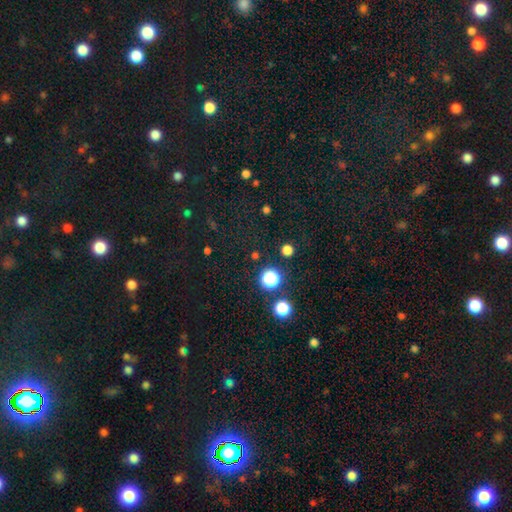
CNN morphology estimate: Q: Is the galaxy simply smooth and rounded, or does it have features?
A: star or artifact — 56%.